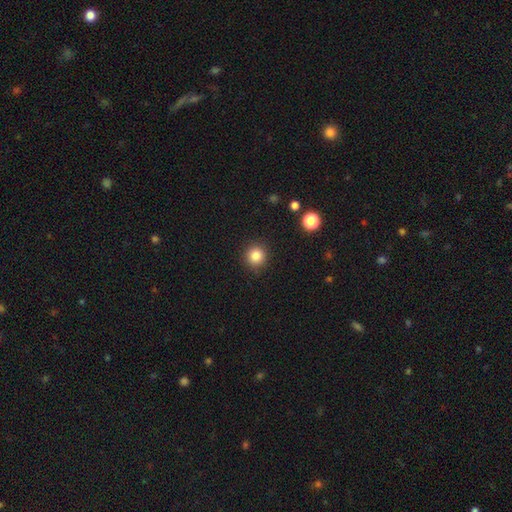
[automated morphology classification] Smooth or featured? smooth (84%)
How rounded? round (93%)
Merging? none (91%)